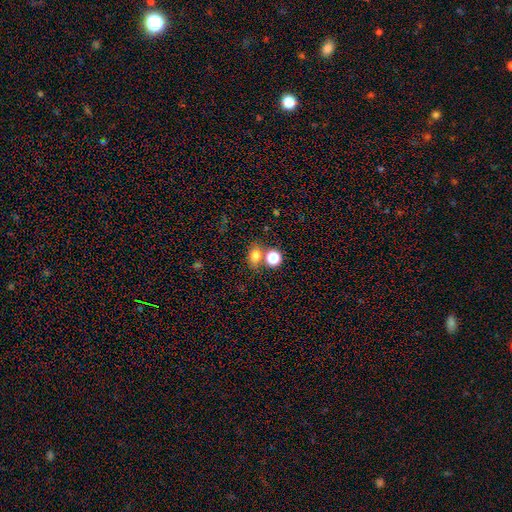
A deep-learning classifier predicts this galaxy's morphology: This is likely a smooth galaxy (78%). How rounded: possibly in between (52%). Merging: possibly none (59%).